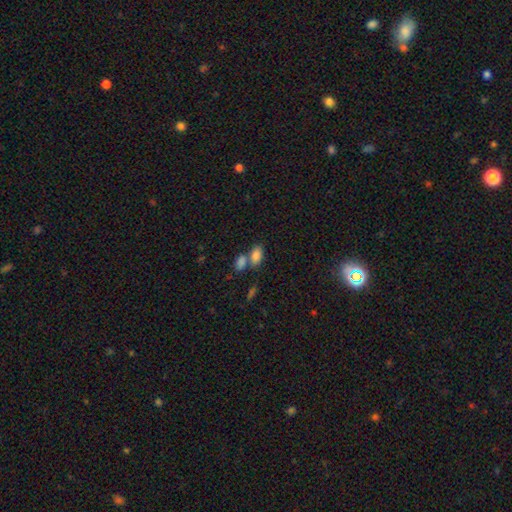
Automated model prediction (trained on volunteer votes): Overall: smooth (84%). How rounded: in between (91%). Merging: none (44%; merger 42%).